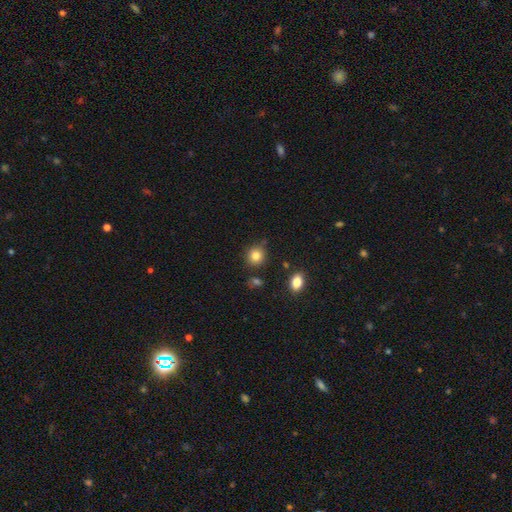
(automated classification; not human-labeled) Morphology: type=smooth (84%); roundness=round (84%); merging=none (79%).